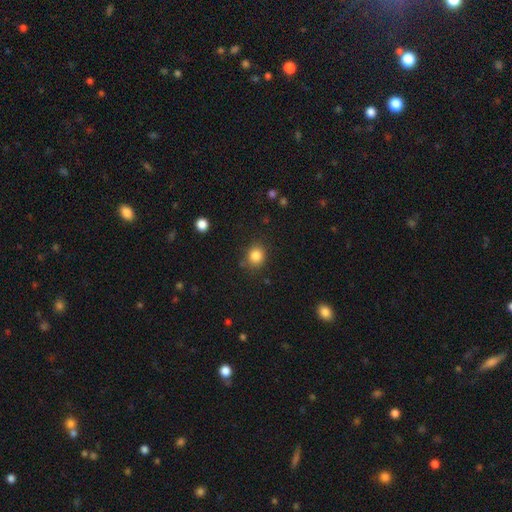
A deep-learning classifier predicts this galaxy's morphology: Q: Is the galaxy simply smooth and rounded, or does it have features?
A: smooth — 85%.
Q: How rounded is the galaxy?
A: round — 77%.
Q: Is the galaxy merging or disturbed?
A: none — 82%.